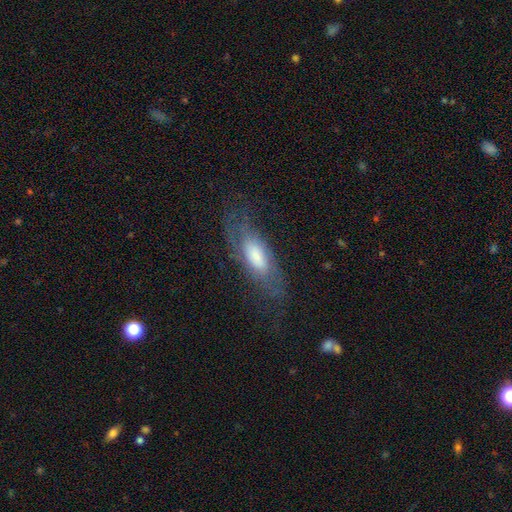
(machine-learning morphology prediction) This appears to be a featured or disk galaxy (54%). Merging: none (62%).